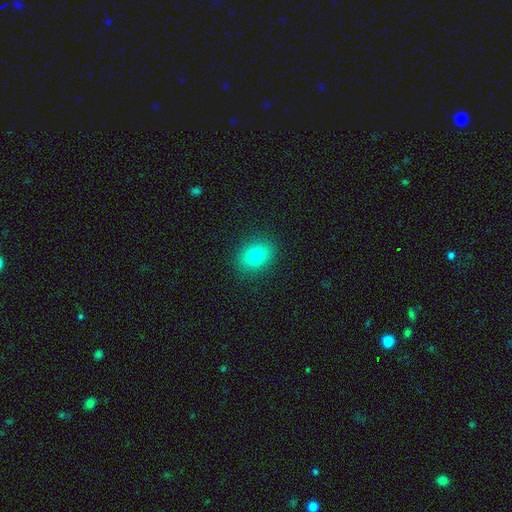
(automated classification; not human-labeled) Smooth or featured?
  - smooth: 78% *
  - star or artifact: 11%
  - featured or disk: 10%
How rounded?
  - in between: 59% *
  - round: 40%
  - cigar-shaped: 1%
Merging?
  - none: 88% *
  - minor disturbance: 8%
  - major disturbance: 3%
  - merger: 1%